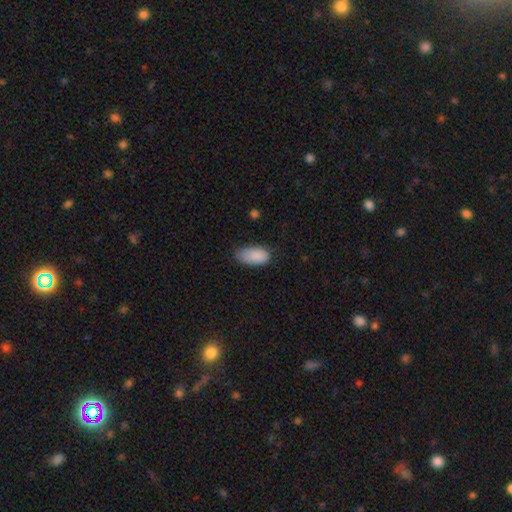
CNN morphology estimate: The model was most divided on "merging": none: 61%, minor disturbance: 31%, major disturbance: 6%, merger: 2%. More confident: how rounded — in between (93%); smooth or featured — smooth (88%).